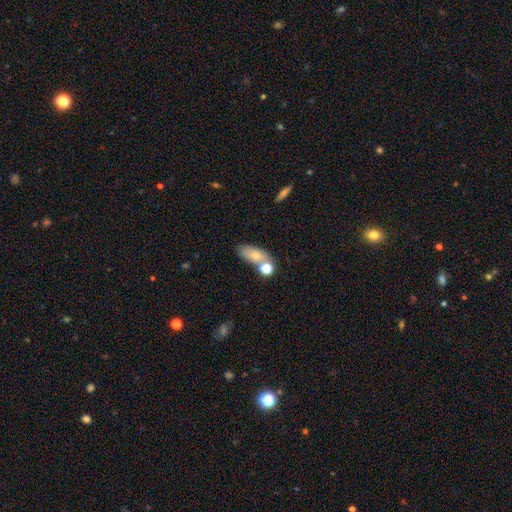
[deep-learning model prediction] Overall: smooth (74%). How rounded: in between (77%). Merging: none (53%; merger 25%).